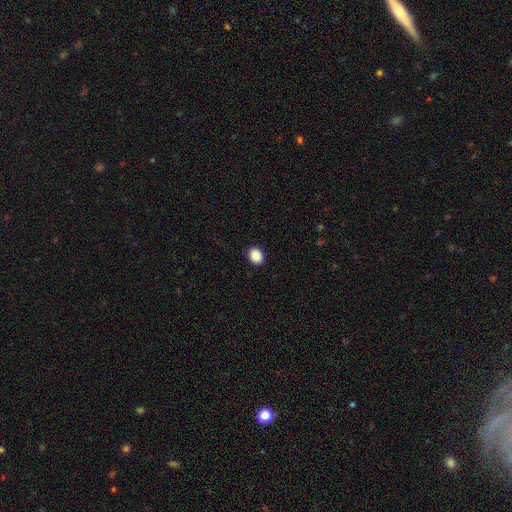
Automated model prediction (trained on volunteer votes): A smooth galaxy with no disk features (90%) that is in between round and cigar-shaped (51%). Merging: none (91%).